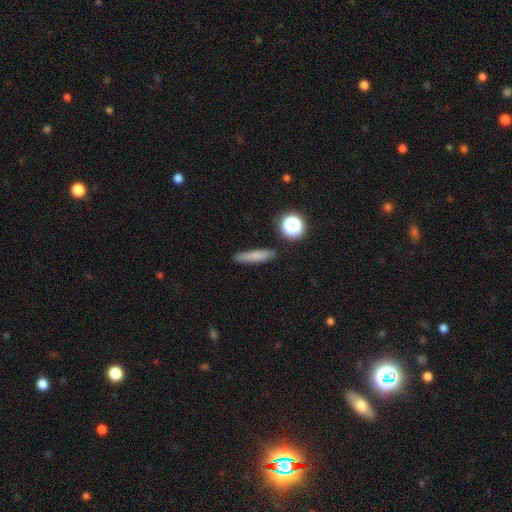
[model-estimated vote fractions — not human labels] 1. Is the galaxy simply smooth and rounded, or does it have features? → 74% smooth, 14% featured or disk, 11% star or artifact.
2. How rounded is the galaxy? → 80% cigar-shaped, 15% in between, 6% round.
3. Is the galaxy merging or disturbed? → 86% none, 9% minor disturbance, 2% merger, 2% major disturbance.